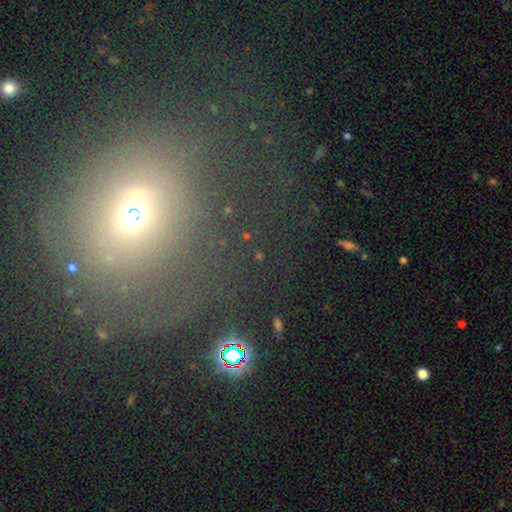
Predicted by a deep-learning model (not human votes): A smooth galaxy with no disk features (41%). Merging: none (53%).